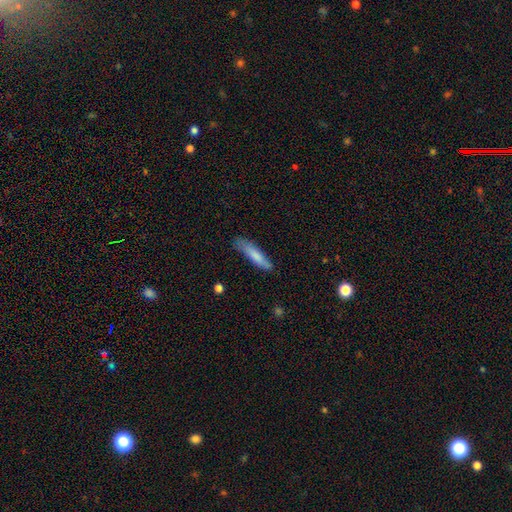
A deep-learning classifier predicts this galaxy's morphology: Smooth or featured? smooth (76%)
How rounded? cigar-shaped (84%)
Merging? none (71%)